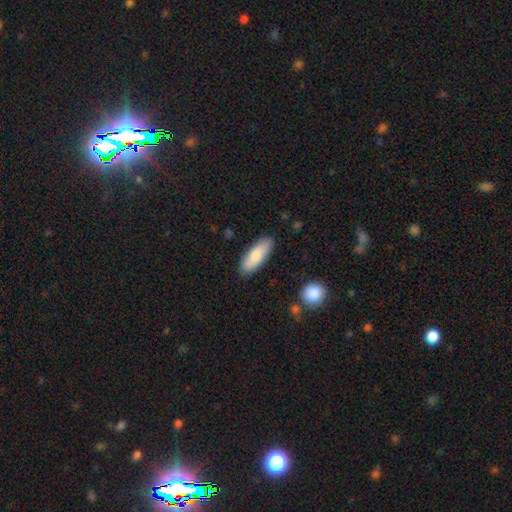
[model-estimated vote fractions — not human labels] Overall: smooth (81%). How rounded: in between (65%; cigar-shaped 33%). Merging: none (87%).